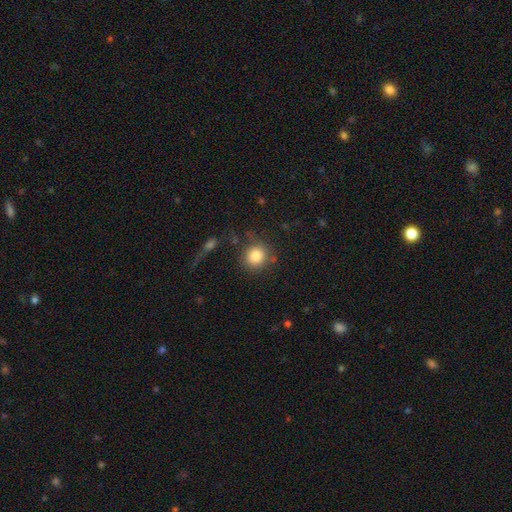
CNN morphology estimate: This appears to be a smooth galaxy with no disk features (86%) that is round (86%). Merging: none (76%).